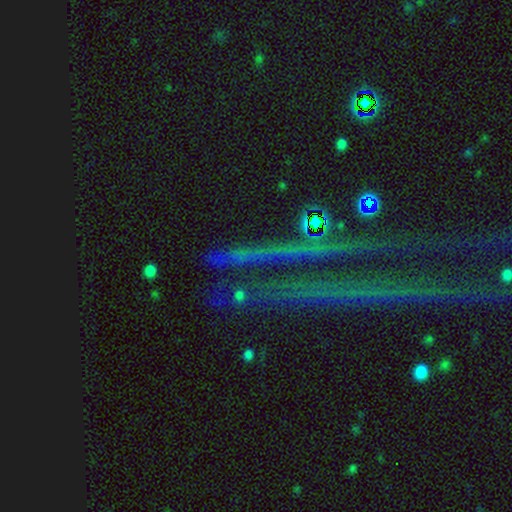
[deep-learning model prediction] The model was most divided on "smooth or featured": star or artifact: 75%, featured or disk: 14%, smooth: 11%.